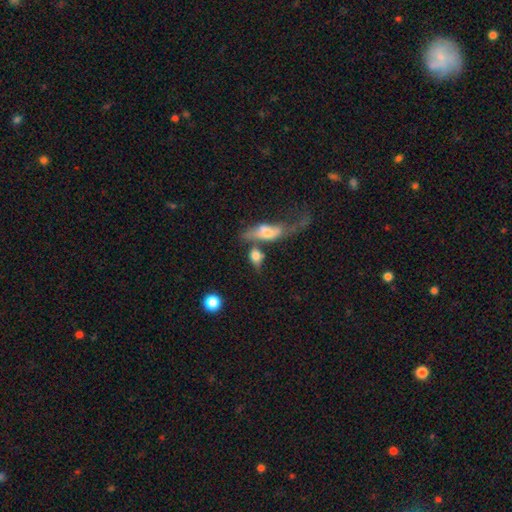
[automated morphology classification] Overall: smooth (68%). How rounded: in between (73%). Merging: none (38%; merger 36%).